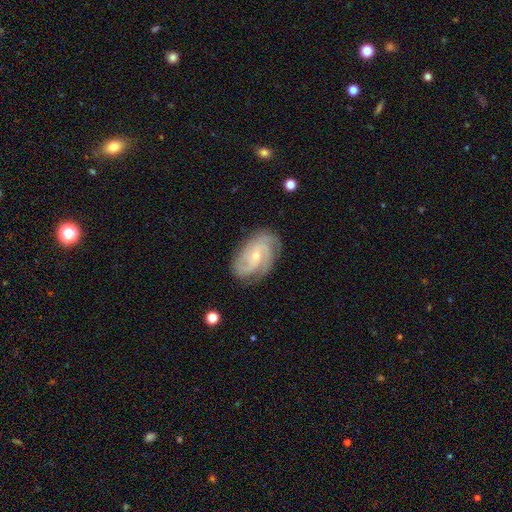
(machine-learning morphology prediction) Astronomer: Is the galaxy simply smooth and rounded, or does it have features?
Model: featured or disk — 86%.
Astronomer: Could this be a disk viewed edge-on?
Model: no — 97%.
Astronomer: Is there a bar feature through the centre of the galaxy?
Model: no — 63%.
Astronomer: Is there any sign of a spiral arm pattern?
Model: yes — 97%.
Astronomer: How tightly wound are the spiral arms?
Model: tight — 55% (runner-up: medium, 36%).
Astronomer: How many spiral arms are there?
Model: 3 — 38% (runner-up: can't tell, 17%).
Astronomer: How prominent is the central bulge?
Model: small — 67%.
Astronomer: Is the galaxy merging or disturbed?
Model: none — 79%.